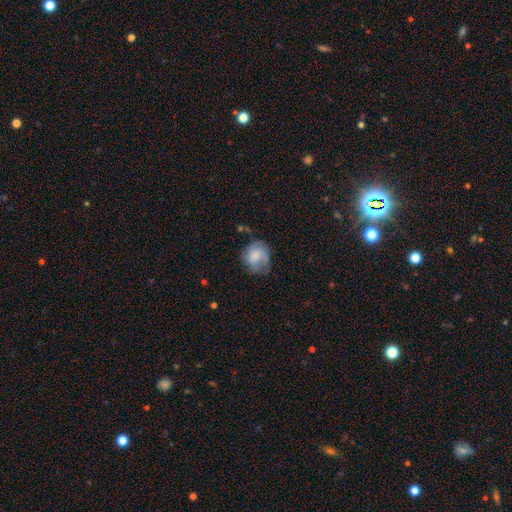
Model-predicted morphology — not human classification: Smooth or featured? Predicted: smooth (p=0.62). How rounded? Predicted: round (p=0.63). Merging? Predicted: none (p=0.51).